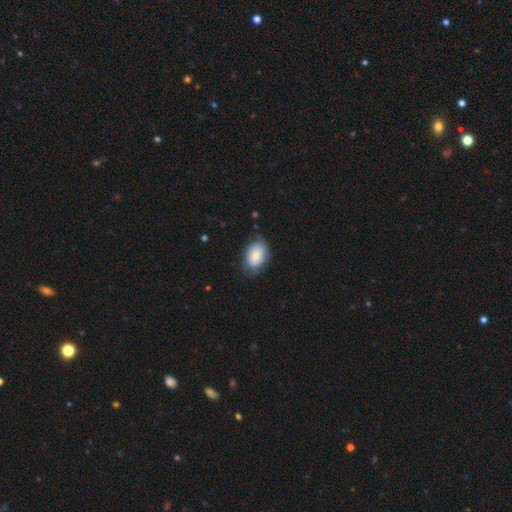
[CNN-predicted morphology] smooth 71%, featured or disk 22%, star or artifact 7%. Down the decision tree: how rounded — in between (81%); merging — none (64%).